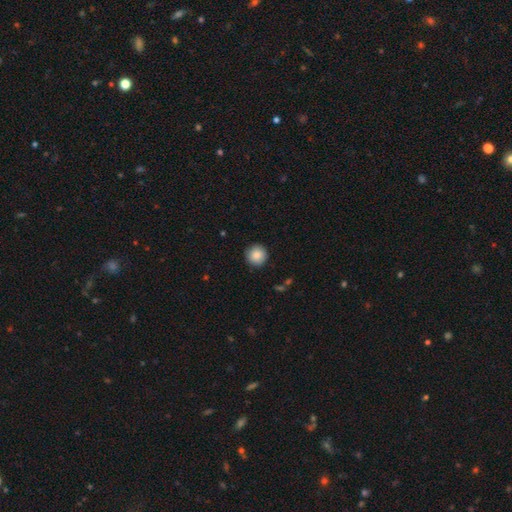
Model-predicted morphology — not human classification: Overall: smooth (87%). How rounded: round (95%). Merging: none (90%).